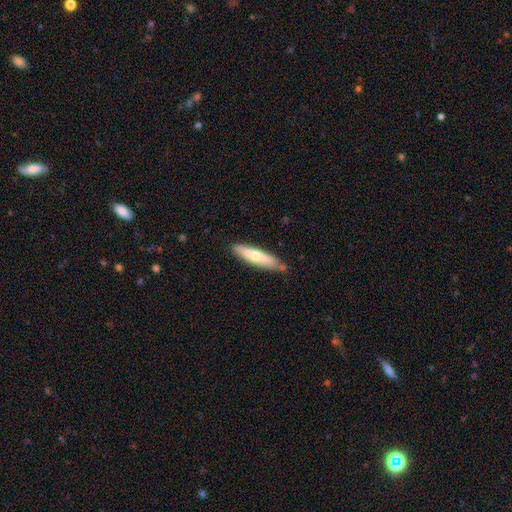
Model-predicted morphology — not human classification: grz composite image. It shows a smooth galaxy with no disk features (58%) that is cigar-shaped (78%). Merging: none (77%).